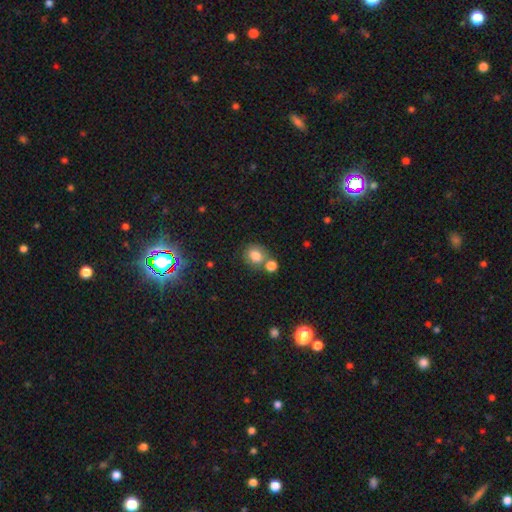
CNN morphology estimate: Q: Smooth or featured?
A: smooth (80%); runner-up: star or artifact (11%)
Q: How rounded?
A: round (66%); runner-up: in between (33%)
Q: Merging?
A: none (58%); runner-up: merger (25%)